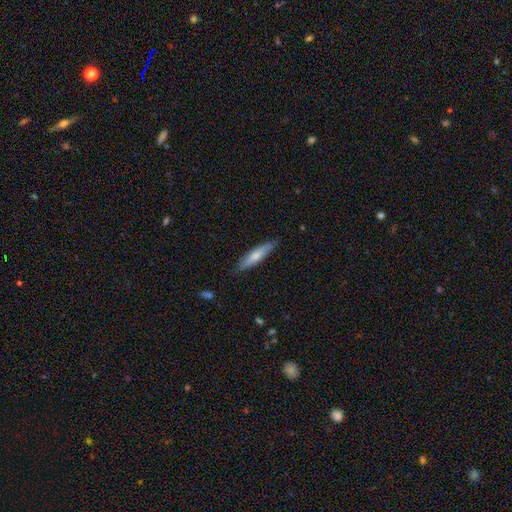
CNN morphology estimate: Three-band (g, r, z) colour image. It shows a smooth galaxy with no disk features (67%) that is cigar-shaped (83%). Merging: none (84%).